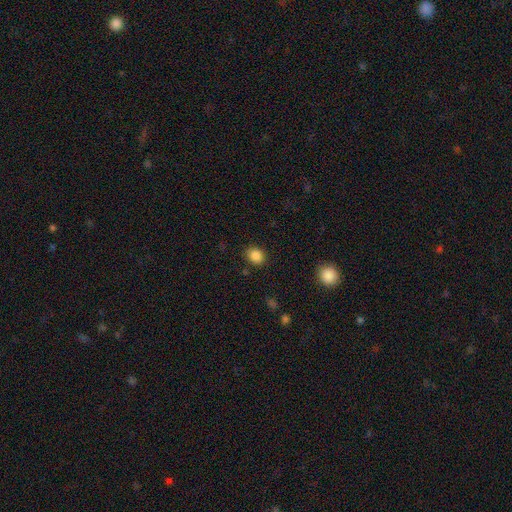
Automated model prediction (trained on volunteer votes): Smooth or featured? smooth (86%)
How rounded? round (63%)
Merging? none (85%)